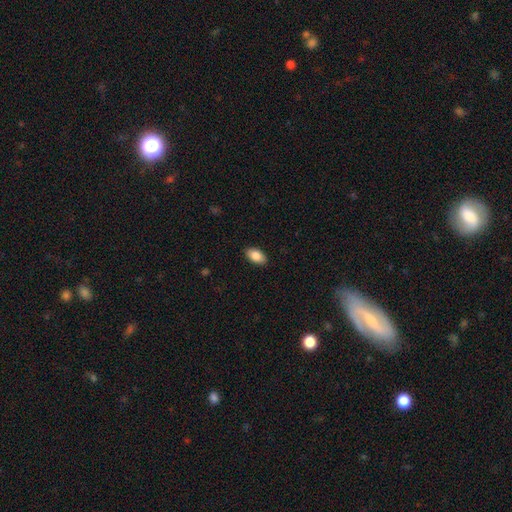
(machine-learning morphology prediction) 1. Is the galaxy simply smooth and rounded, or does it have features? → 87% smooth, 7% star or artifact, 6% featured or disk.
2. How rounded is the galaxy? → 94% in between, 4% round, 2% cigar-shaped.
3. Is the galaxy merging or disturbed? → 89% none, 8% minor disturbance, 2% major disturbance, 1% merger.